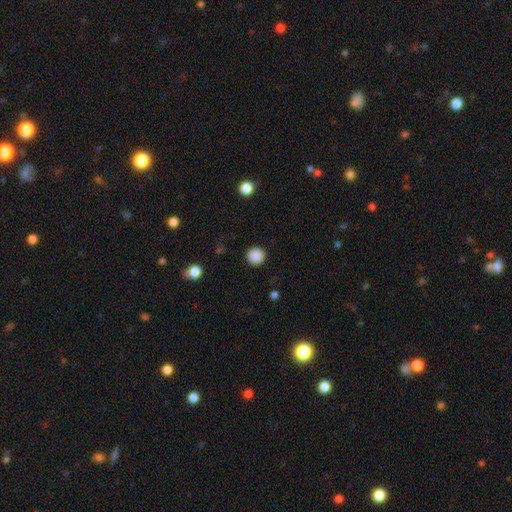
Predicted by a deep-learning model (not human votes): Overall: smooth (88%). How rounded: round (94%). Merging: none (91%).